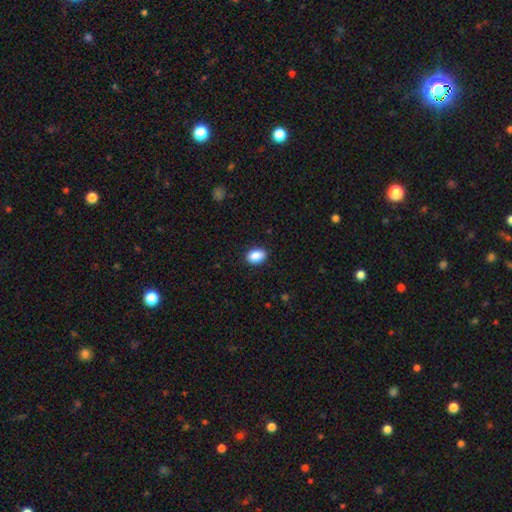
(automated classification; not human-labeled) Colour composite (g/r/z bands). It shows a smooth galaxy with no disk features (89%) that is in between round and cigar-shaped (81%). Merging: none (88%).